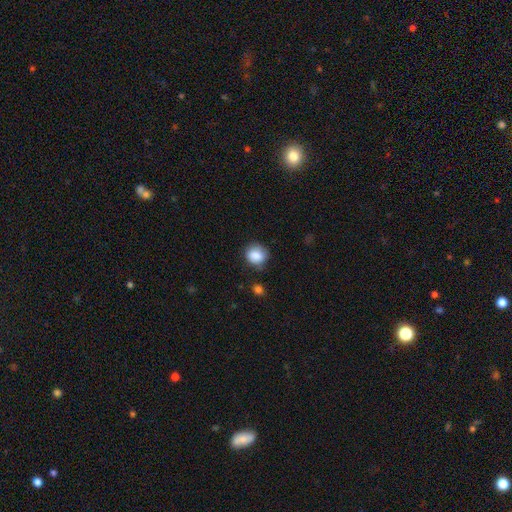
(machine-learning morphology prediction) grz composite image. It shows a smooth galaxy with no disk features (86%) that is round (78%). Merging: none (75%).